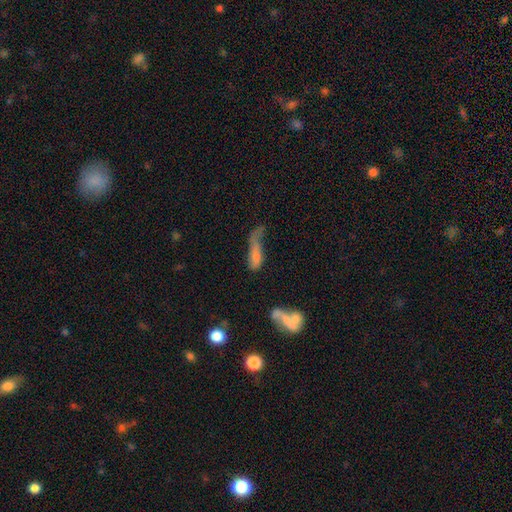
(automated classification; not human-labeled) Overall: featured or disk (42%; smooth 36%). Merging: none (35%; major disturbance 29%).